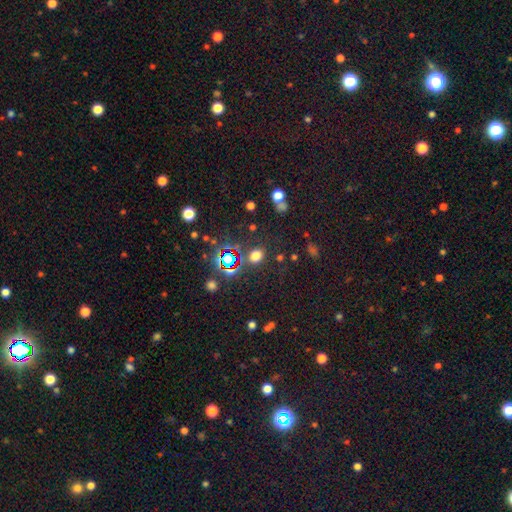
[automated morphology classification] This is likely a smooth galaxy (60%). How rounded: possibly round (56%). Merging: likely none (79%).